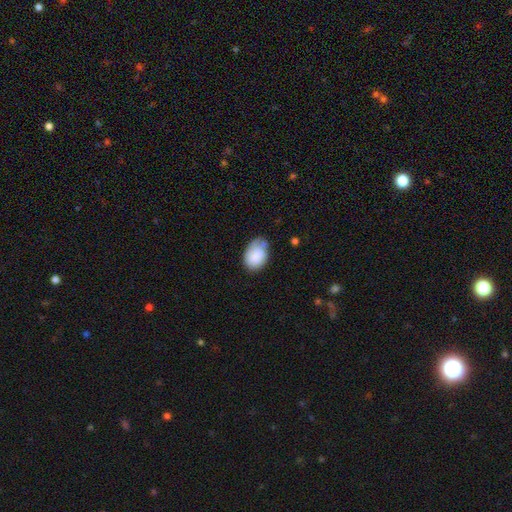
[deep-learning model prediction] smooth-or-featured: smooth: 83% | featured or disk: 10% | star or artifact: 7%
  how-rounded: in between: 77% | round: 22% | cigar-shaped: 1%
  merging: none: 46% | minor disturbance: 37% | major disturbance: 11% | merger: 7%